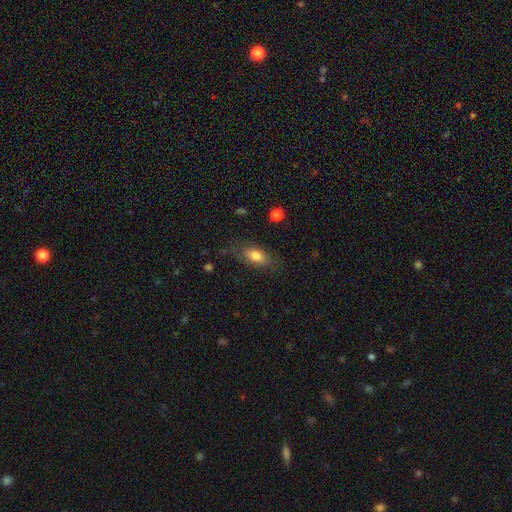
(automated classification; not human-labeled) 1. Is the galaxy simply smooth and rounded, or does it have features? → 77% smooth, 15% featured or disk, 8% star or artifact.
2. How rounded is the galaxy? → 84% in between, 11% cigar-shaped, 5% round.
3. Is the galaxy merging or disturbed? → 74% none, 18% minor disturbance, 6% major disturbance, 2% merger.